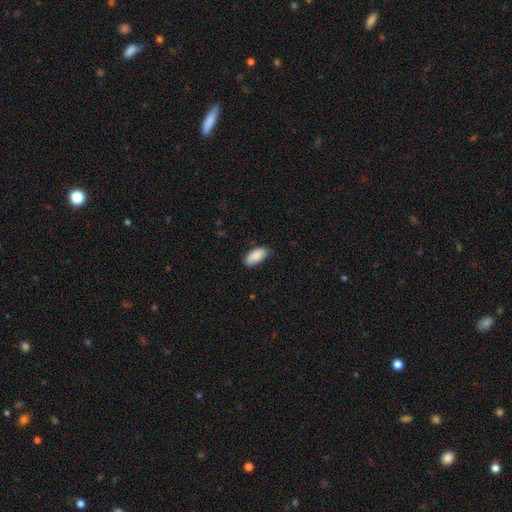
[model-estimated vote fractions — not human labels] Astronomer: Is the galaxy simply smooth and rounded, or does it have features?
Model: smooth — 85%.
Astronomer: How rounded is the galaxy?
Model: in between — 92%.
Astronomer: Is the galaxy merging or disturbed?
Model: none — 73%.